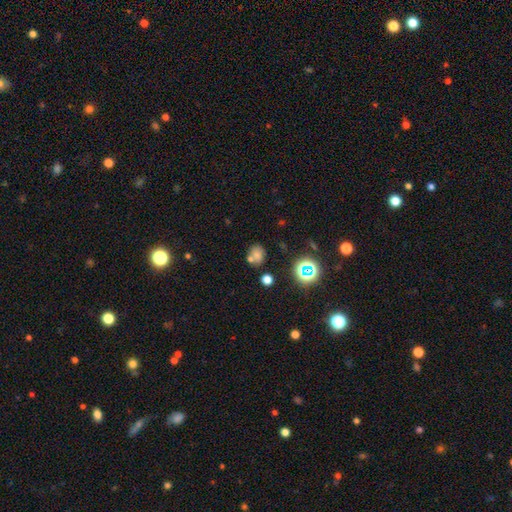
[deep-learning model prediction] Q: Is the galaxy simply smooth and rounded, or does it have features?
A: smooth — 64%.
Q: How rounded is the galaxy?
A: round — 56%.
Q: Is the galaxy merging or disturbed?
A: none — 54%.